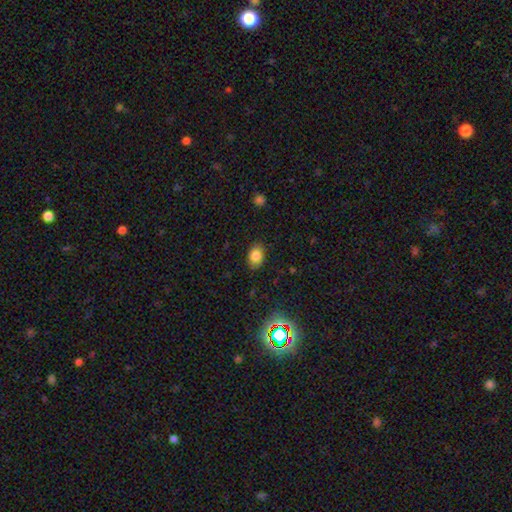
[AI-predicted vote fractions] A smooth galaxy with no disk features (83%) that is in between round and cigar-shaped (79%). Merging: none (85%).